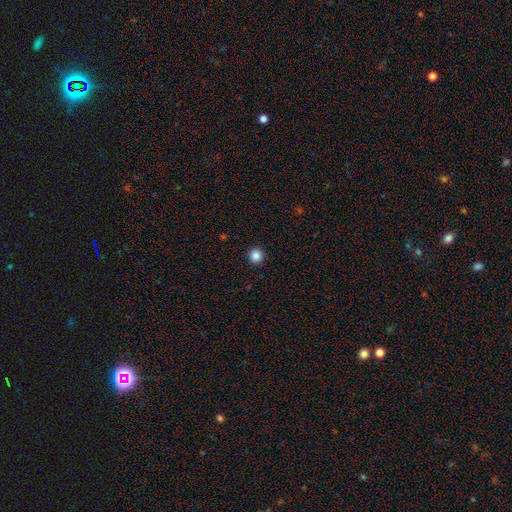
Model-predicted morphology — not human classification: Q: Smooth or featured?
A: smooth (86%); runner-up: star or artifact (11%)
Q: How rounded?
A: round (93%); runner-up: in between (6%)
Q: Merging?
A: none (93%); runner-up: minor disturbance (4%)